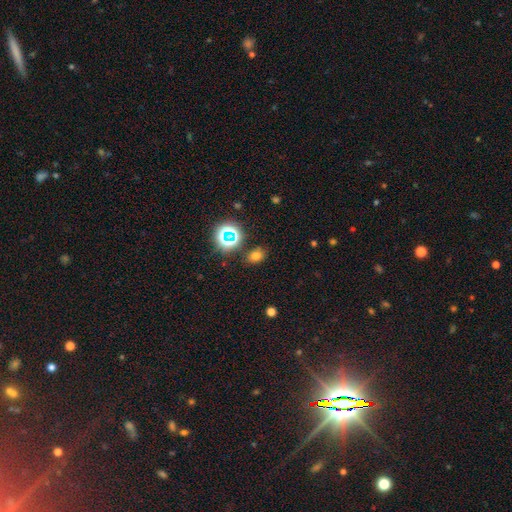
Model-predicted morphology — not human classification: smooth 68%, star or artifact 25%, featured or disk 7%. Down the decision tree: how rounded — in between (62%); merging — none (82%).